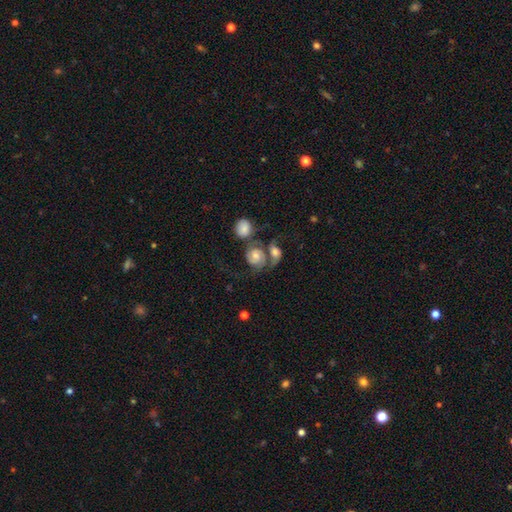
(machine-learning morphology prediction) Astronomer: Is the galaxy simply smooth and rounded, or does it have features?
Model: featured or disk — 71%.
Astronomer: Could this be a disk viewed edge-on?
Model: no — 97%.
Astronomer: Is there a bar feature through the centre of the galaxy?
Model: no — 73%.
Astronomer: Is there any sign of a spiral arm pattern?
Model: yes — 91%.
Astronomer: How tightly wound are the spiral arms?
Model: medium — 43% (runner-up: tight, 34%).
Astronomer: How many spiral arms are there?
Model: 2 — 73%.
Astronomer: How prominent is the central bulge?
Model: moderate — 55%.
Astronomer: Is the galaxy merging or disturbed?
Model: merger — 40% (runner-up: none, 34%).